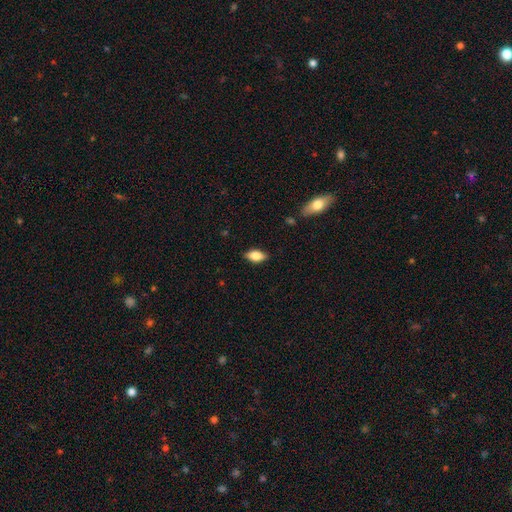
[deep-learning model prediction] Morphology: type=smooth (78%); roundness=in between (88%); merging=none (85%).